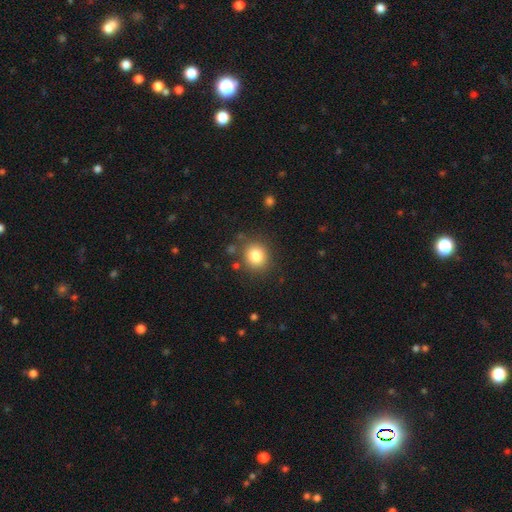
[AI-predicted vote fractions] Q: Smooth or featured?
A: smooth (82%); runner-up: star or artifact (11%)
Q: How rounded?
A: round (83%); runner-up: in between (17%)
Q: Merging?
A: none (83%); runner-up: minor disturbance (10%)